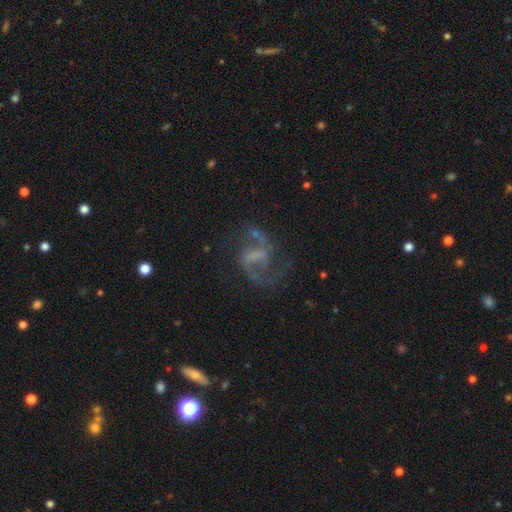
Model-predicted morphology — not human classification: Overall: featured or disk (81%). Edge-on disk: no (98%). Bar: weak (48%; strong 33%). Spiral arms: yes (92%). Spiral arm count: 2 (88%). Spiral winding: medium (47%; loose 44%). Bulge size: none (54%; small 25%). Merging: none (62%).